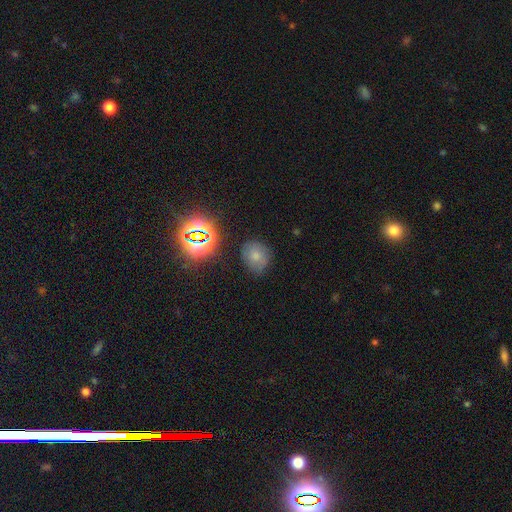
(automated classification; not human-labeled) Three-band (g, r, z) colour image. It shows a smooth galaxy with no disk features (65%) that is round (63%). Merging: none (71%).